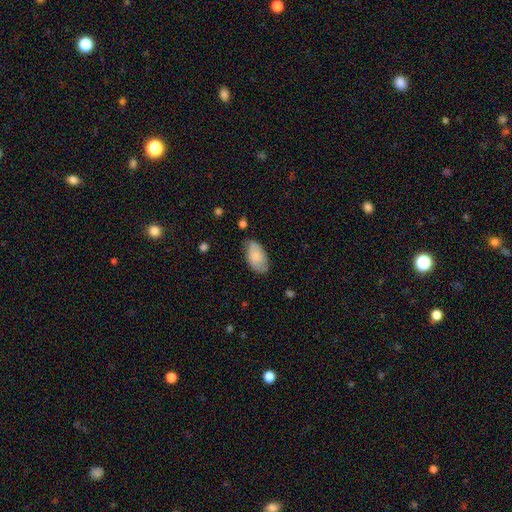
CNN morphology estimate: Smooth or featured: smooth — 79% (featured or disk — 15%)
How rounded: in between — 95% (round — 3%)
Merging: none — 70% (minor disturbance — 24%)